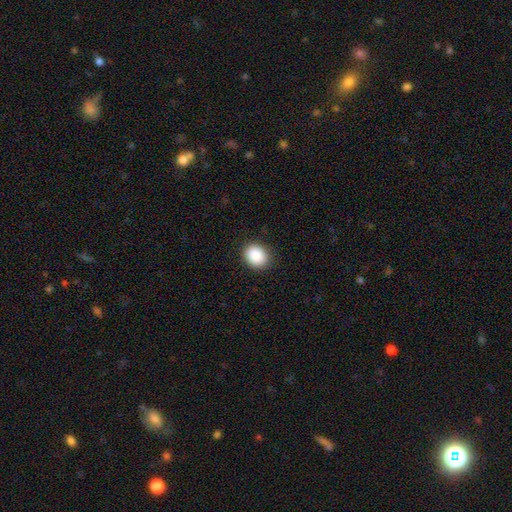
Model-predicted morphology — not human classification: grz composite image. It shows a smooth galaxy with no disk features (89%) that is round (61%). Merging: none (89%).